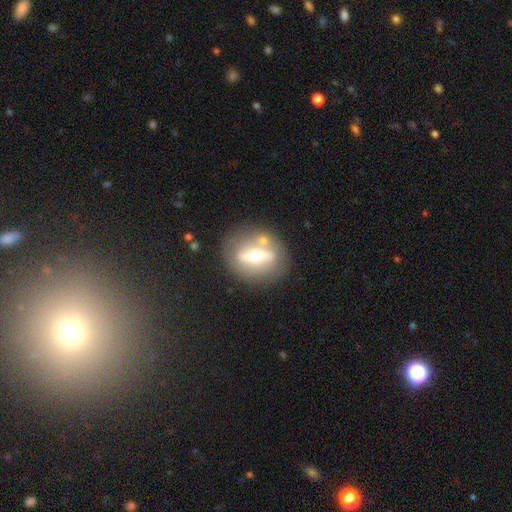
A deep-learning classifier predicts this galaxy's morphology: The model was most divided on "edge-on disk": no: 63%, yes: 37%. More confident: merging — none (73%); smooth or featured — featured or disk (63%).